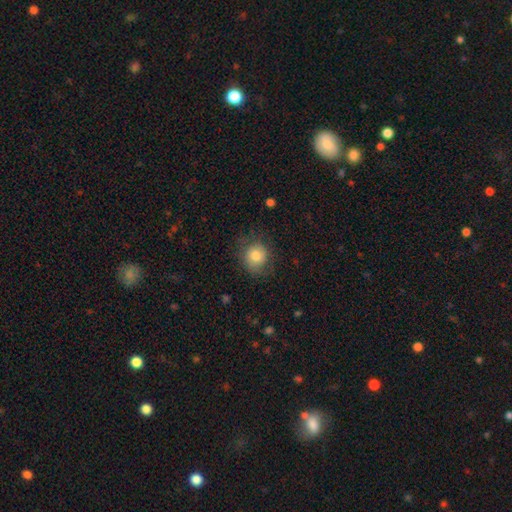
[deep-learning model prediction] Overall: smooth (79%). How rounded: round (80%). Merging: none (73%).